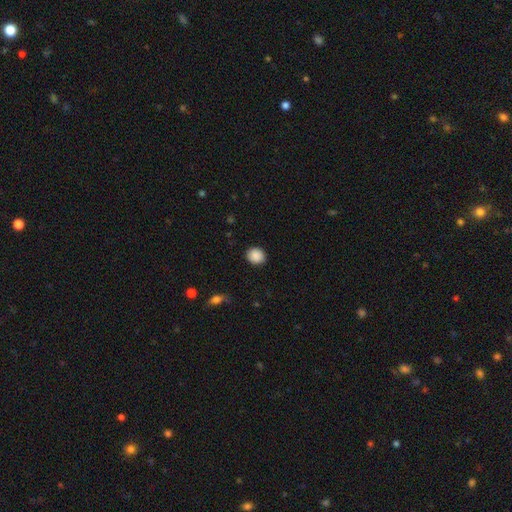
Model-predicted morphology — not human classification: Overall: smooth (89%). How rounded: round (81%). Merging: none (89%).